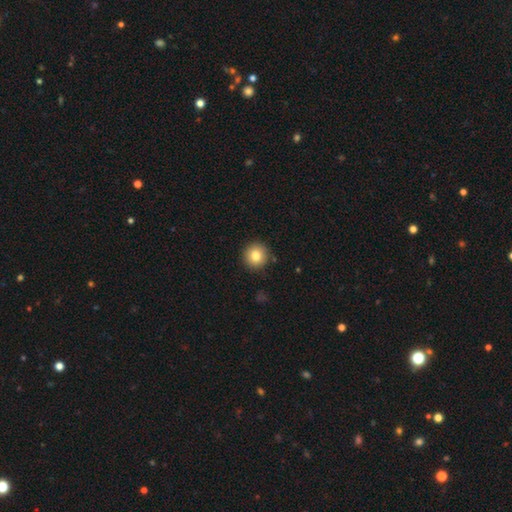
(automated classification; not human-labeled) Smooth or featured? Predicted: smooth (p=0.81). How rounded? Predicted: round (p=0.94). Merging? Predicted: none (p=0.90).